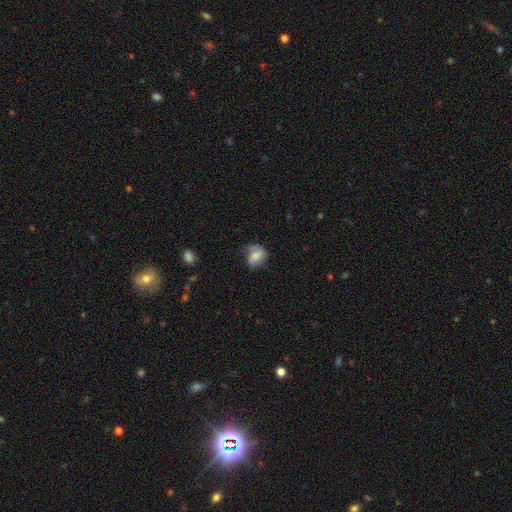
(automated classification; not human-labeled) Q: Smooth or featured?
A: smooth (53%); runner-up: featured or disk (38%)
Q: How rounded?
A: round (54%); runner-up: in between (45%)
Q: Merging?
A: none (53%); runner-up: minor disturbance (31%)